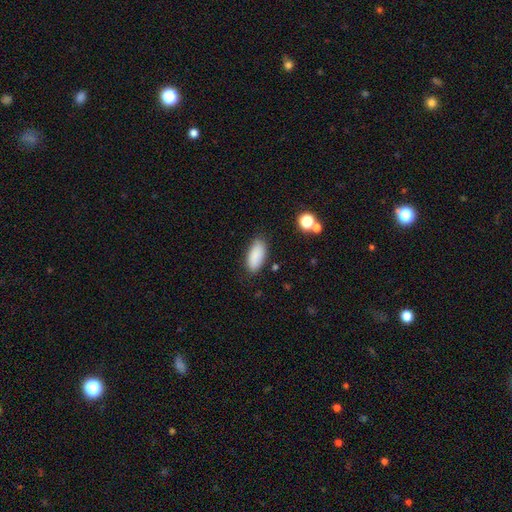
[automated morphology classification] This appears to be a smooth galaxy with no disk features (87%) that is in between round and cigar-shaped (87%). Merging: none (81%).